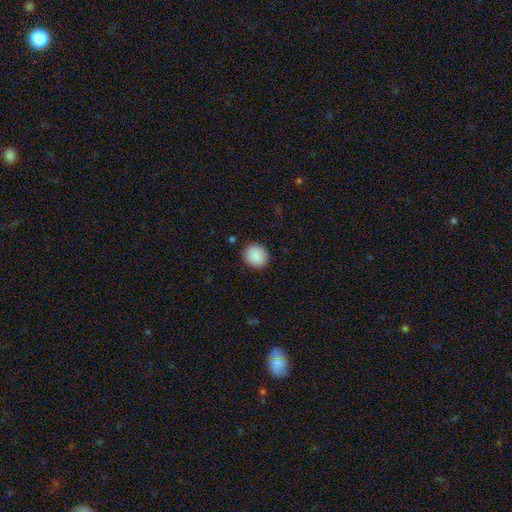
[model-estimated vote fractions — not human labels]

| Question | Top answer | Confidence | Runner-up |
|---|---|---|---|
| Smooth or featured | smooth | 90% | star or artifact (7%) |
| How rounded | round | 80% | in between (19%) |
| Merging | none | 90% | minor disturbance (7%) |